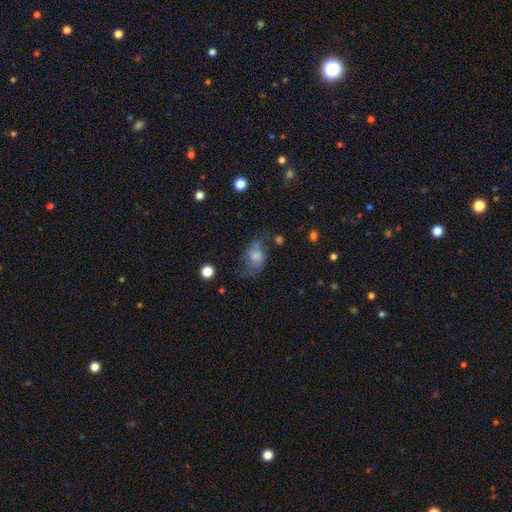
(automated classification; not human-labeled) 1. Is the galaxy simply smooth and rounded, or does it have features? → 46% smooth, 38% featured or disk, 17% star or artifact.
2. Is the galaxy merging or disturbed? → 49% none, 27% minor disturbance, 21% major disturbance, 3% merger.